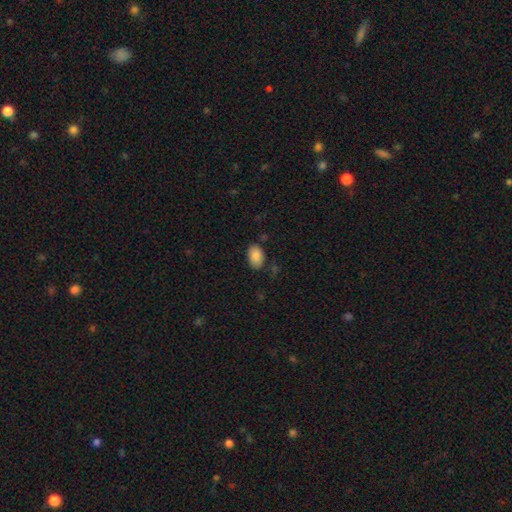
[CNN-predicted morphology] Smooth or featured? smooth (88%)
How rounded? in between (92%)
Merging? none (80%)